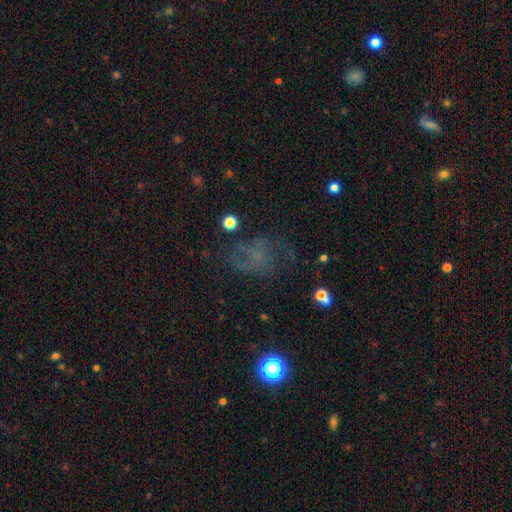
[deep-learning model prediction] This is marginally a featured or disk galaxy (43%). Merging: possibly none (49%).